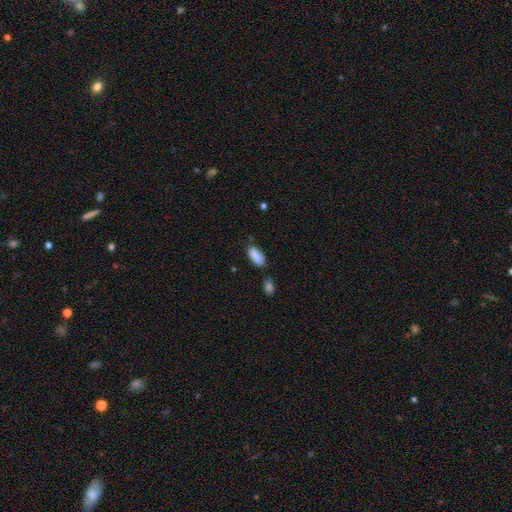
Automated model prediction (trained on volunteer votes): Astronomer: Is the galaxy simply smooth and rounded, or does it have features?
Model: smooth — 88%.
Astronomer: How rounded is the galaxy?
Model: in between — 86%.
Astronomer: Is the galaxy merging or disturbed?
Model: none — 67%.